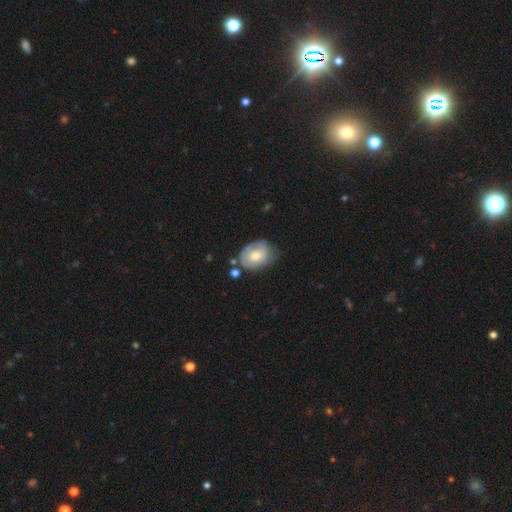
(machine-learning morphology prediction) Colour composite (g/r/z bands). It shows a smooth galaxy with no disk features (50%) that is in between round and cigar-shaped (70%). Merging: none (51%).